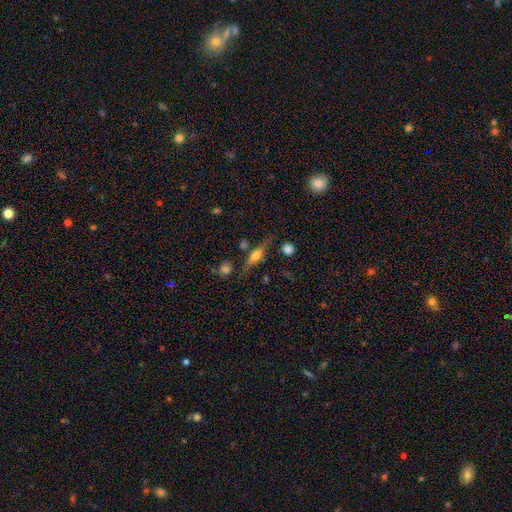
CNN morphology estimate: This is possibly a featured or disk galaxy (58%). It is clearly viewed edge-on (93%). Edge-on bulge: clearly rounded (89%). Merging: likely none (76%).